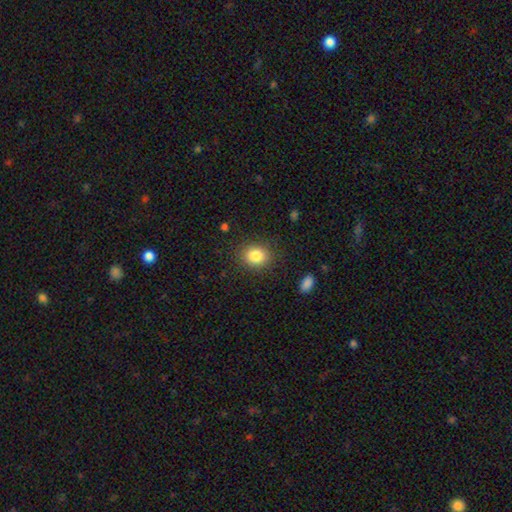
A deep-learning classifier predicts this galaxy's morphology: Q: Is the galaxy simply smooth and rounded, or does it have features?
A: smooth — 84%.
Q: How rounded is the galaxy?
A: round — 65%.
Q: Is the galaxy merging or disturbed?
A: none — 86%.